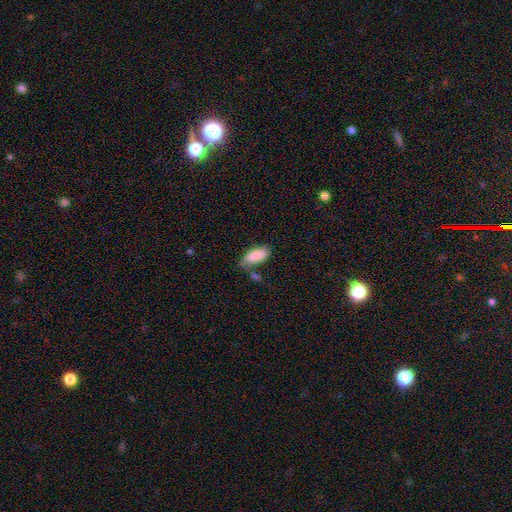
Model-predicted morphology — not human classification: Q: Smooth or featured?
A: smooth (86%); runner-up: featured or disk (8%)
Q: How rounded?
A: in between (87%); runner-up: cigar-shaped (11%)
Q: Merging?
A: none (55%); runner-up: minor disturbance (24%)